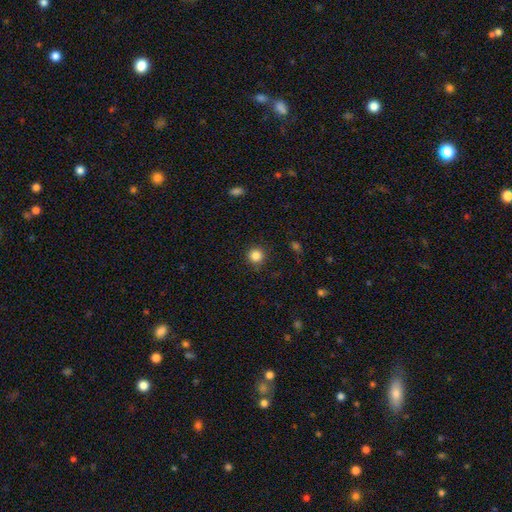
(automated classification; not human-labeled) A smooth galaxy with no disk features (85%) that is round (94%). Merging: none (87%).